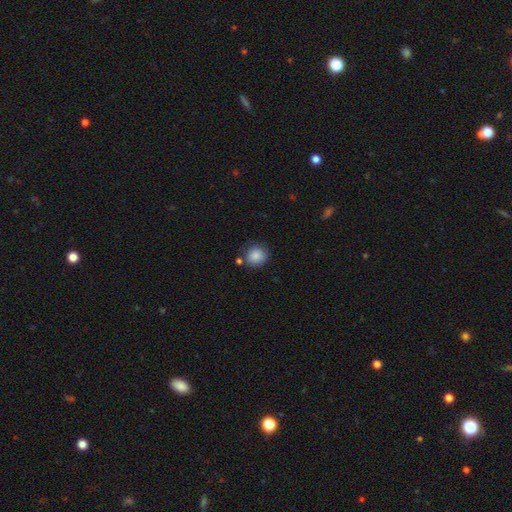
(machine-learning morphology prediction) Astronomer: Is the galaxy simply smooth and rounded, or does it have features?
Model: smooth — 87%.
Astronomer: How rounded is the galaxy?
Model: round — 86%.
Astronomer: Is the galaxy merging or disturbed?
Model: none — 78%.